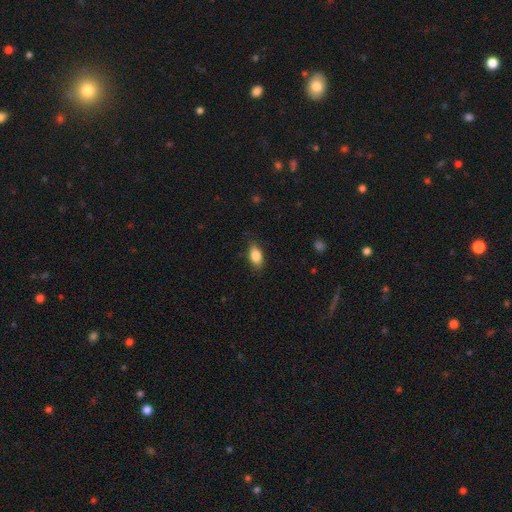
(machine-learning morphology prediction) Smooth or featured?
  - smooth: 84% *
  - featured or disk: 9%
  - star or artifact: 7%
How rounded?
  - in between: 88% *
  - cigar-shaped: 6%
  - round: 6%
Merging?
  - none: 83% *
  - minor disturbance: 13%
  - major disturbance: 3%
  - merger: 1%